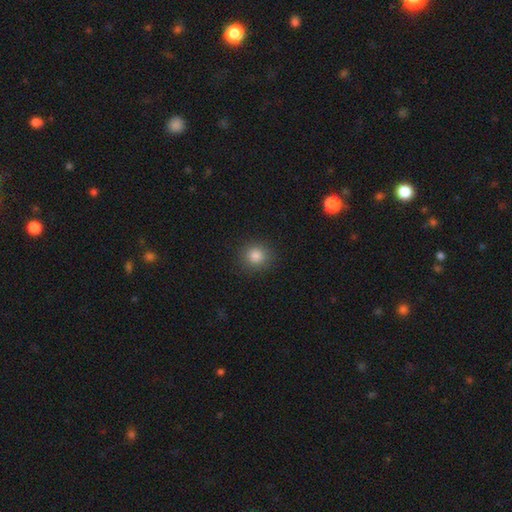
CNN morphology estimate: smooth_or_featured: smooth (p=0.84) [alt: star or artifact p=0.12]
how_rounded: round (p=0.88) [alt: in between p=0.11]
merging: none (p=0.89) [alt: minor disturbance p=0.08]